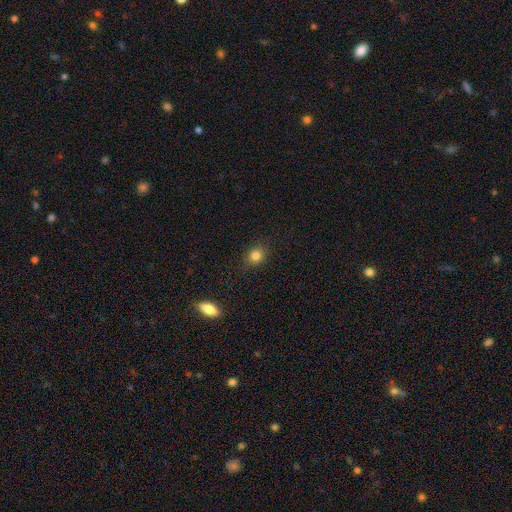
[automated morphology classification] Smooth or featured?
  - smooth: 82% *
  - star or artifact: 12%
  - featured or disk: 6%
How rounded?
  - round: 72% *
  - in between: 26%
  - cigar-shaped: 1%
Merging?
  - none: 83% *
  - minor disturbance: 12%
  - major disturbance: 3%
  - merger: 1%